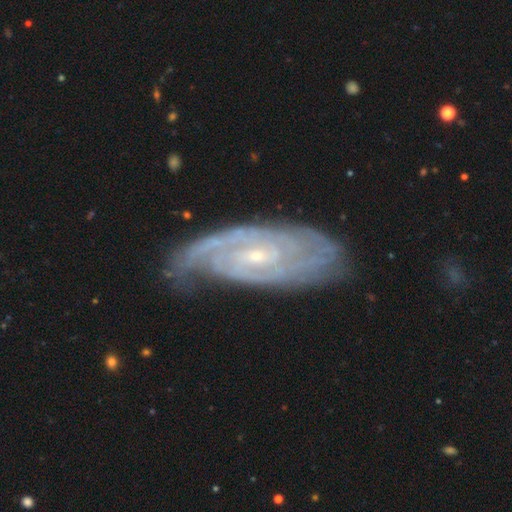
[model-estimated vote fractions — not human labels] Morphology: type=featured or disk (88%); edge-on=no (93%); bar=weak (43%); spiral arms=yes (97%); winding=tight (69%); arm count=2 (38%); bulge=small (78%); merging=none (71%).